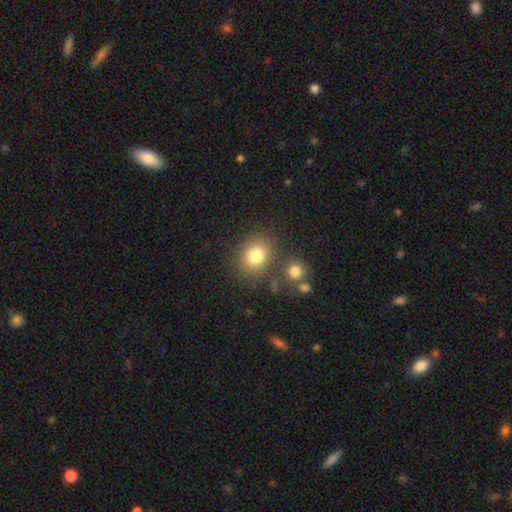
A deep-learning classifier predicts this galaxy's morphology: smooth 80%, star or artifact 12%, featured or disk 8%. Down the decision tree: how rounded — round (70%); merging — none (75%).